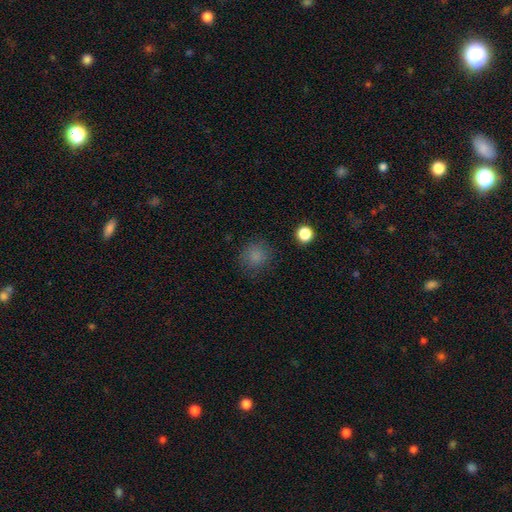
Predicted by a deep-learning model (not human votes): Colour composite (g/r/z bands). It shows a smooth galaxy with no disk features (82%) that is round (87%). Merging: none (83%).